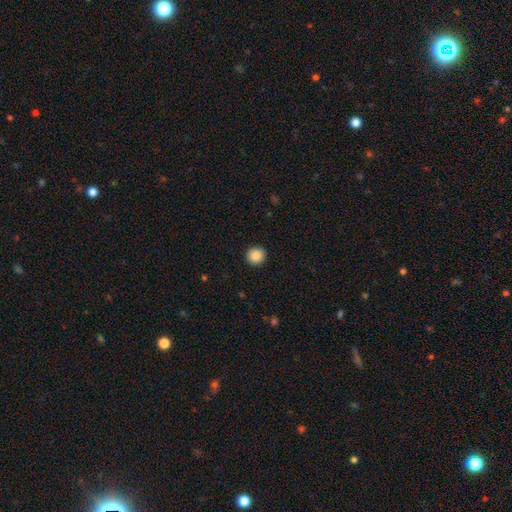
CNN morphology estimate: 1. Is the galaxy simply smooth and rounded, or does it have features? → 88% smooth, 8% star or artifact, 4% featured or disk.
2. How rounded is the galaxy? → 93% round, 7% in between, 1% cigar-shaped.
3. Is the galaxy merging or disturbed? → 93% none, 5% minor disturbance, 2% major disturbance, 1% merger.